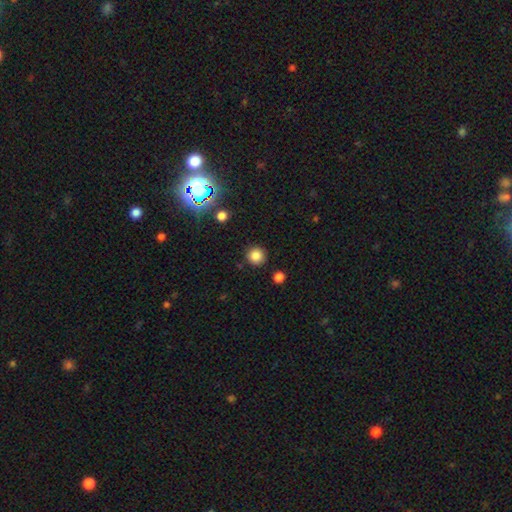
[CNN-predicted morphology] Smooth or featured: smooth — 82% (star or artifact — 14%)
How rounded: round — 94% (in between — 5%)
Merging: none — 88% (minor disturbance — 7%)